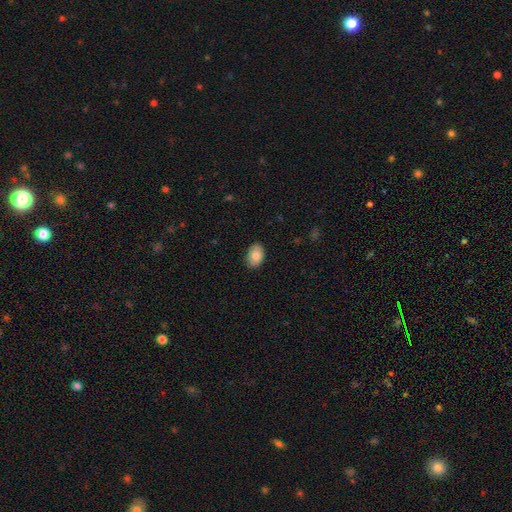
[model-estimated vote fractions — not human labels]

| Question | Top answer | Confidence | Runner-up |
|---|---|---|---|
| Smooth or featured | smooth | 83% | featured or disk (10%) |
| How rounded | in between | 87% | round (12%) |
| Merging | none | 88% | minor disturbance (9%) |